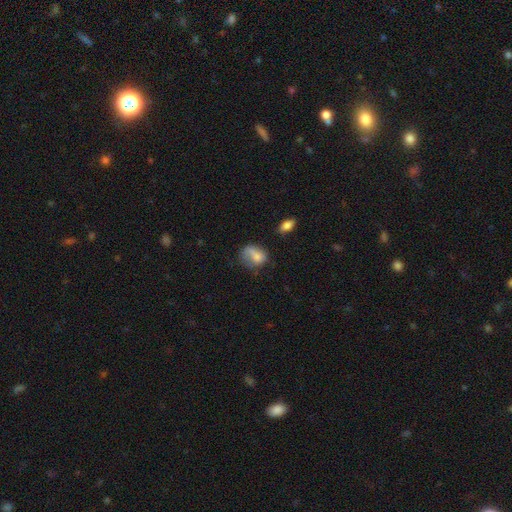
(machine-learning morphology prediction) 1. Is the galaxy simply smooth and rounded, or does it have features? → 70% smooth, 20% featured or disk, 10% star or artifact.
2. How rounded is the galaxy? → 58% in between, 40% round, 2% cigar-shaped.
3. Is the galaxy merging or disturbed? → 39% none, 31% minor disturbance, 24% major disturbance, 5% merger.